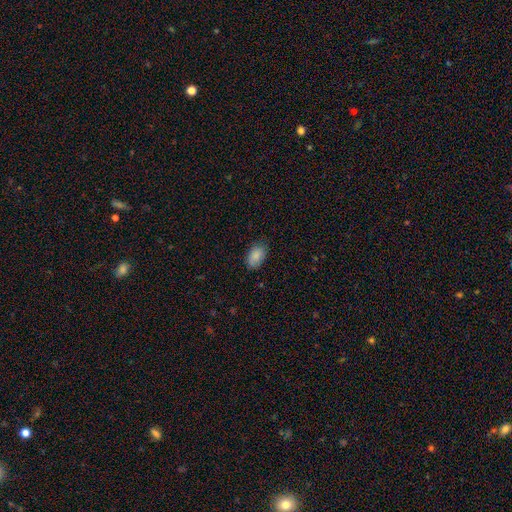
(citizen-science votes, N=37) This appears to be a smooth galaxy with no disk features (92%) that is in between round and cigar-shaped (94%). Merging: none (81%).